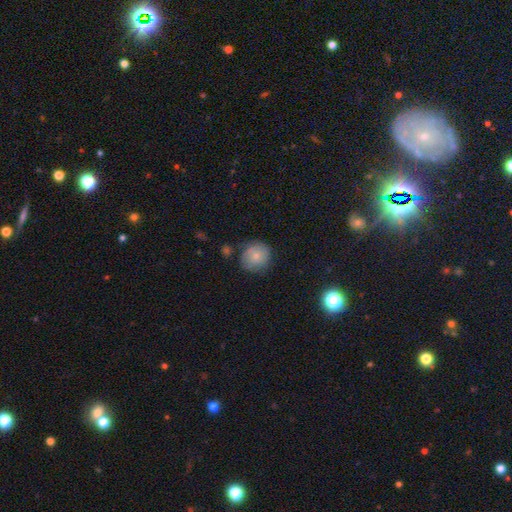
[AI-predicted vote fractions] Q: Smooth or featured?
A: smooth (76%); runner-up: featured or disk (16%)
Q: How rounded?
A: round (88%); runner-up: in between (11%)
Q: Merging?
A: none (73%); runner-up: minor disturbance (19%)